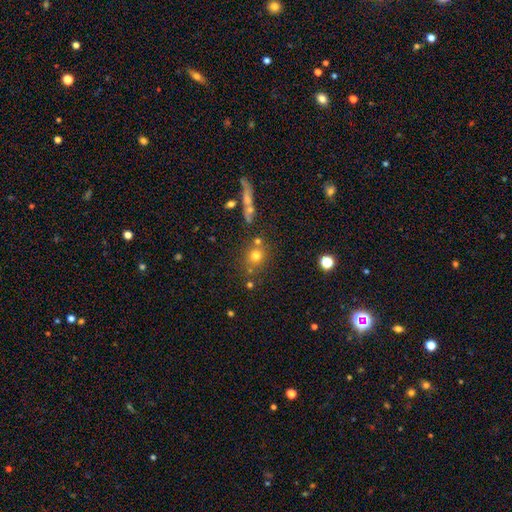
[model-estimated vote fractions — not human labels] Smooth or featured: smooth — 71% (star or artifact — 17%)
How rounded: round — 85% (in between — 13%)
Merging: none — 69% (merger — 16%)